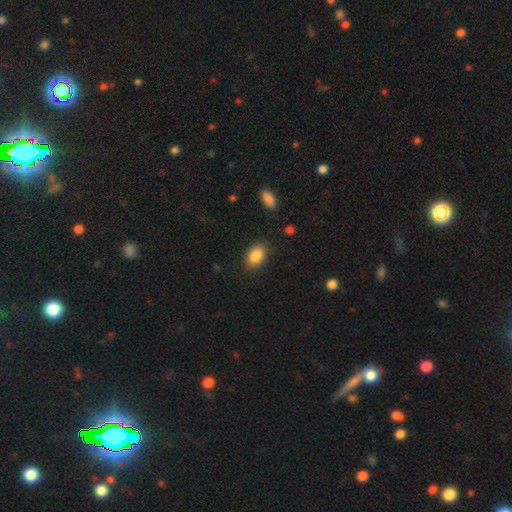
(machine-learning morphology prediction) Smooth or featured: smooth — 86% (star or artifact — 8%)
How rounded: in between — 84% (round — 15%)
Merging: none — 86% (minor disturbance — 10%)